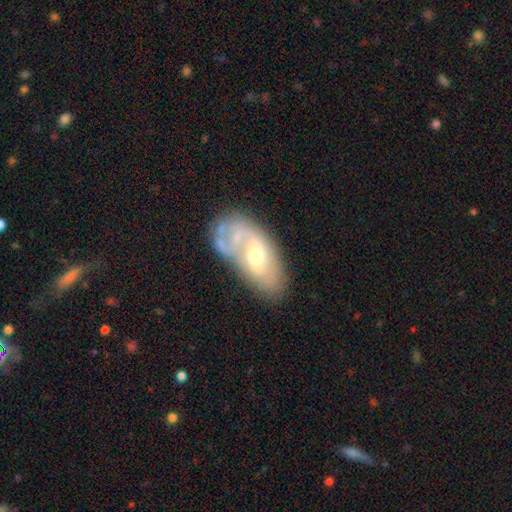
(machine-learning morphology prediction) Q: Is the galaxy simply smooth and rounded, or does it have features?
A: featured or disk — 66%.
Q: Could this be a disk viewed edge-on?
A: no — 93%.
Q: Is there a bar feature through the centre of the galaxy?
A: no — 47%.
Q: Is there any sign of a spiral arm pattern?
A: yes — 67%.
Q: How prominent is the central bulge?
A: moderate — 52%.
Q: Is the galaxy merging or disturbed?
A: none — 51%.